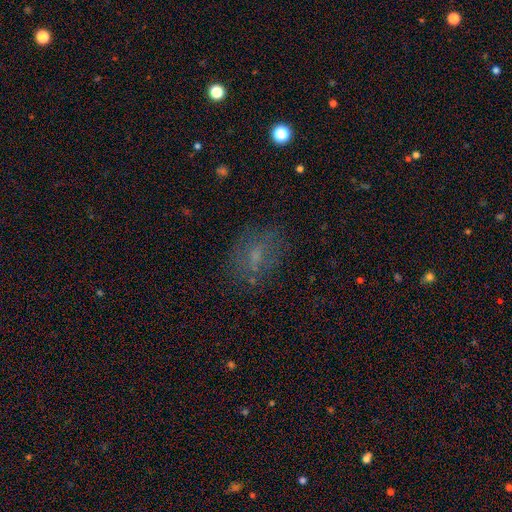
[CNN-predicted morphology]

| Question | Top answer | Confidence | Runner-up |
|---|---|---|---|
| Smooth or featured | smooth | 51% | featured or disk (31%) |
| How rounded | in between | 65% | round (32%) |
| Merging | none | 69% | minor disturbance (18%) |